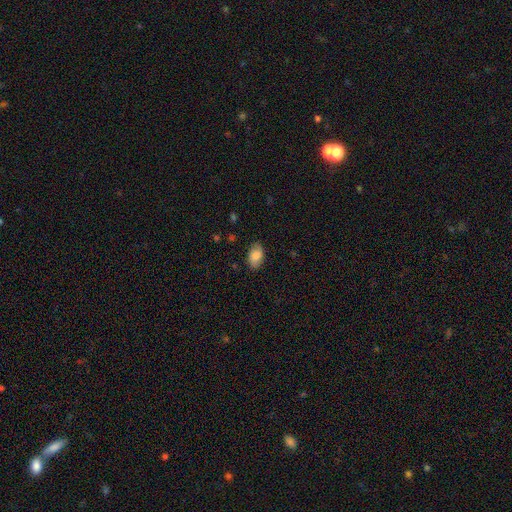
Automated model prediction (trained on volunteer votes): Overall: smooth (84%). How rounded: in between (92%). Merging: none (84%).